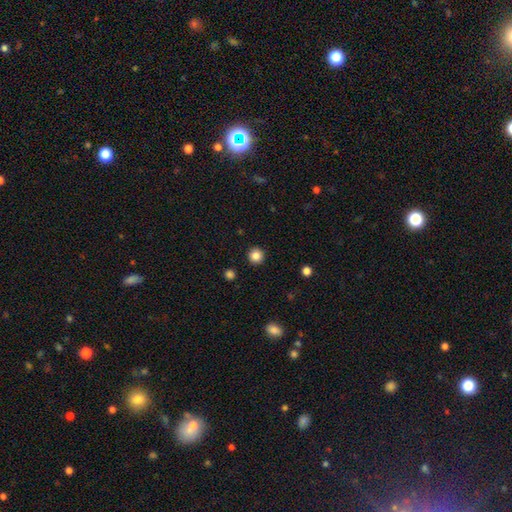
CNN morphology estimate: A smooth galaxy with no disk features (85%) that is round (96%). Merging: none (93%).